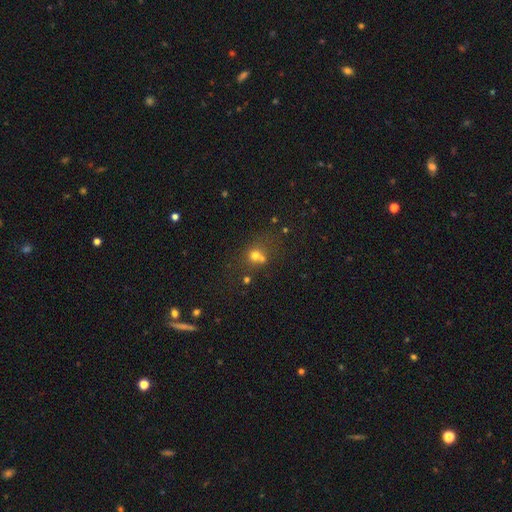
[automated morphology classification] type=smooth (65%); roundness=round (80%); merging=none (45%).